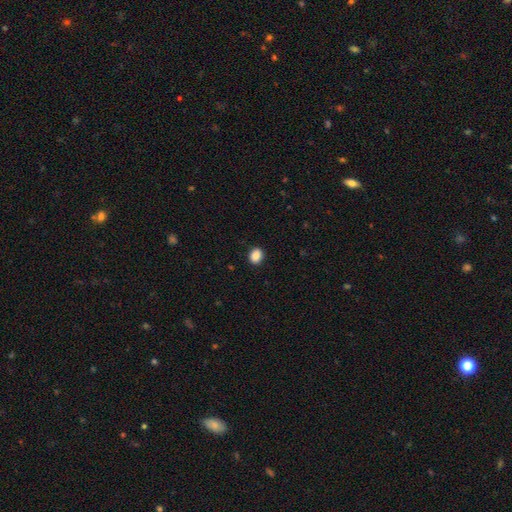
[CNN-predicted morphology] Q: Smooth or featured?
A: smooth (89%); runner-up: star or artifact (9%)
Q: How rounded?
A: in between (50%); runner-up: round (49%)
Q: Merging?
A: none (90%); runner-up: minor disturbance (7%)